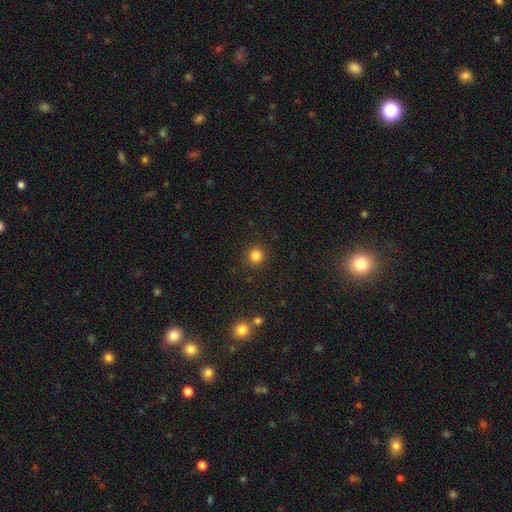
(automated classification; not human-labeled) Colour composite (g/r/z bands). It shows a smooth galaxy with no disk features (83%) that is round (94%). Merging: none (91%).